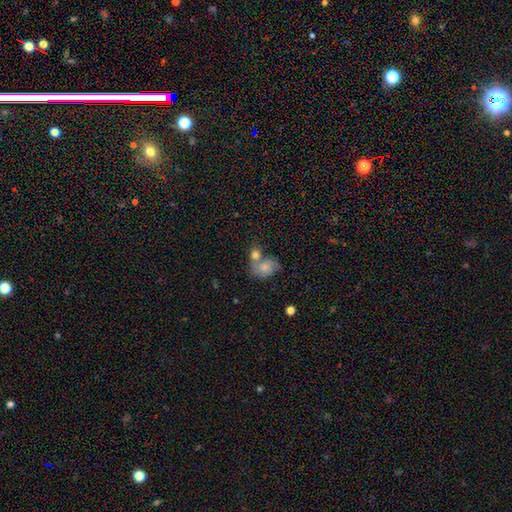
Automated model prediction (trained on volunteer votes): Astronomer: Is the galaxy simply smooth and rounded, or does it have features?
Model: smooth — 49% (runner-up: featured or disk, 37%).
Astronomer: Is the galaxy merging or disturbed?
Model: merger — 43% (runner-up: none, 35%).